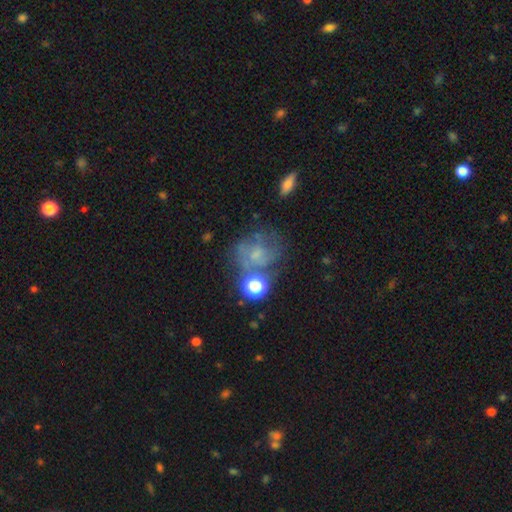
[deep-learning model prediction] A featured or disk galaxy (46%).

Vote fractions:
- Smooth or featured? featured or disk: 46% / smooth: 33% / star or artifact: 21%
- Merging? none: 51% / minor disturbance: 20% / major disturbance: 16% / merger: 14%